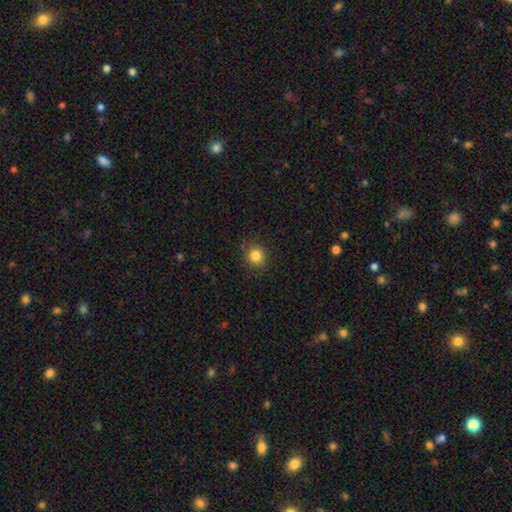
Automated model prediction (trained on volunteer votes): Q: Smooth or featured?
A: smooth (83%); runner-up: star or artifact (11%)
Q: How rounded?
A: round (88%); runner-up: in between (11%)
Q: Merging?
A: none (86%); runner-up: minor disturbance (10%)